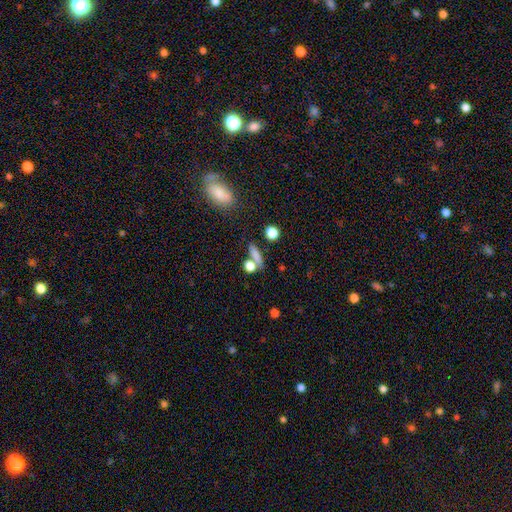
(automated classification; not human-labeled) smooth 76%, star or artifact 13%, featured or disk 11%. Down the decision tree: how rounded — cigar-shaped (41%); merging — none (63%).